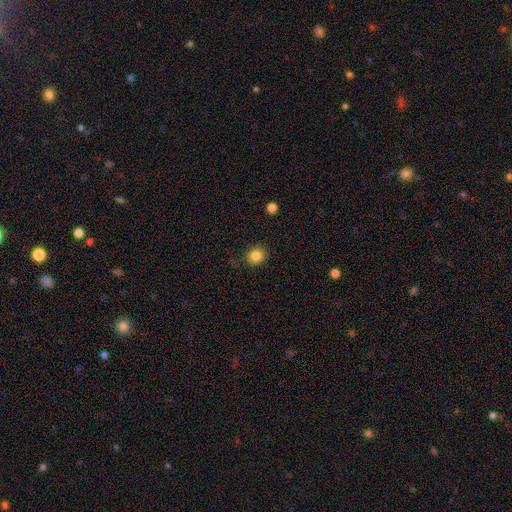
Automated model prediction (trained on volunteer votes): smooth_or_featured: smooth (p=0.85) [alt: star or artifact p=0.11]
how_rounded: round (p=0.83) [alt: in between p=0.16]
merging: none (p=0.86) [alt: minor disturbance p=0.10]